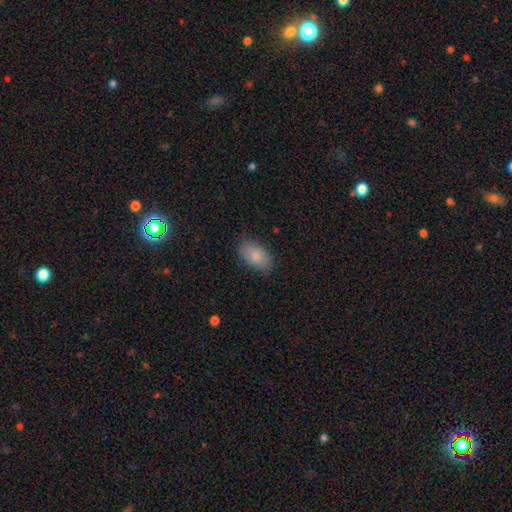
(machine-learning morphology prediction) Overall: smooth (86%). How rounded: in between (93%). Merging: none (84%).